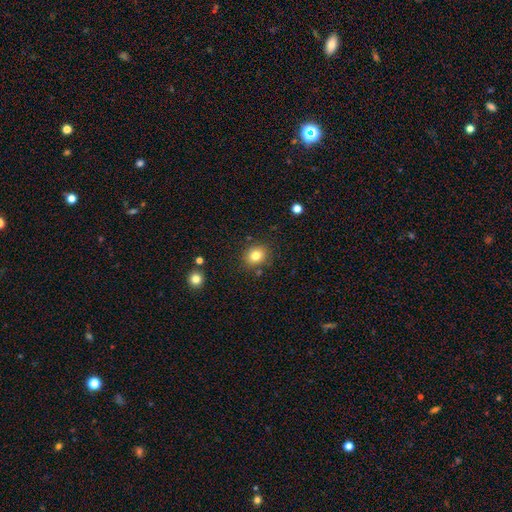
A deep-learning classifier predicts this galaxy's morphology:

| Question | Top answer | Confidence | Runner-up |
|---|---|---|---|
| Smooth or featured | smooth | 80% | star or artifact (11%) |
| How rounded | round | 67% | in between (32%) |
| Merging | none | 83% | minor disturbance (10%) |